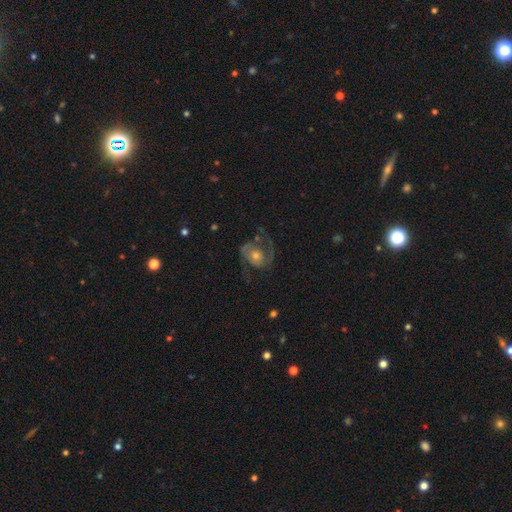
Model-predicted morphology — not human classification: This appears to be a featured or disk galaxy (77%) with no bar (69%), 2 (82%) medium (51%) spiral arms (88%) and a moderate central bulge (54%). Merging: none (62%).